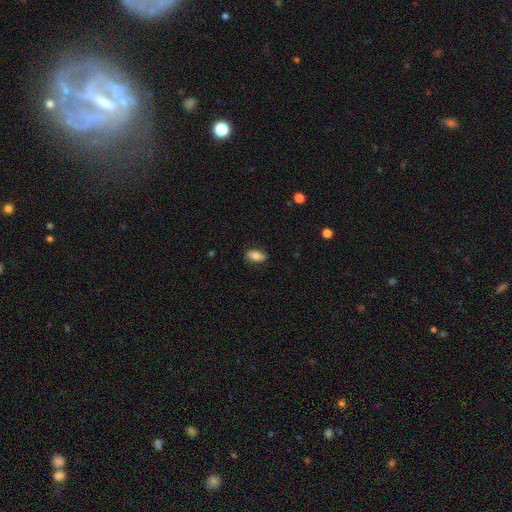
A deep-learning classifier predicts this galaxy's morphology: This appears to be a smooth galaxy with no disk features (80%) that is in between round and cigar-shaped (88%). Merging: none (84%).